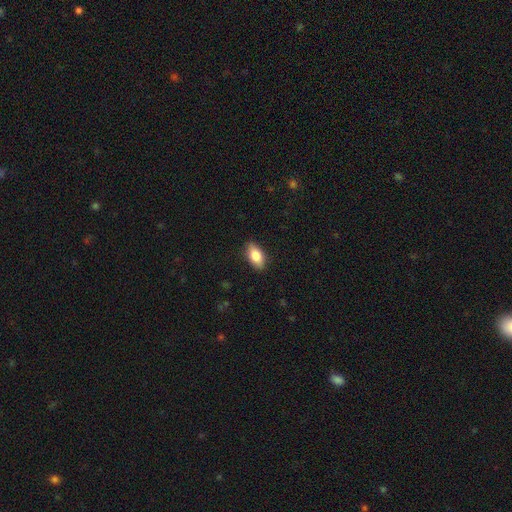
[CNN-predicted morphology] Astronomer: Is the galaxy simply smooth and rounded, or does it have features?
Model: smooth — 82%.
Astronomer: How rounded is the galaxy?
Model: in between — 90%.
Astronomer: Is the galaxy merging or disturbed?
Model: none — 87%.